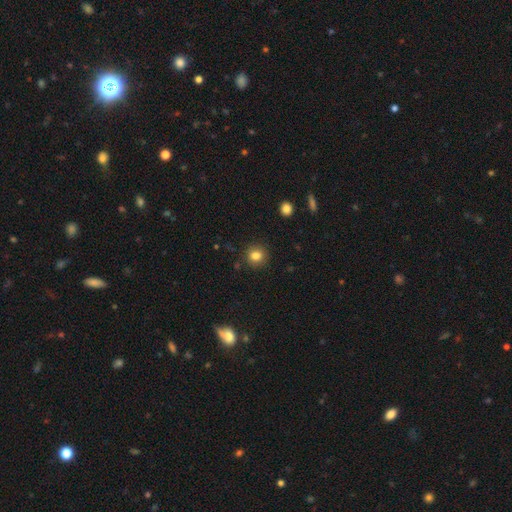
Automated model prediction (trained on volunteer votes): A smooth galaxy with no disk features (82%) that is round (86%).

Vote fractions:
- Smooth or featured? smooth: 82% / star or artifact: 12% / featured or disk: 6%
- How rounded? round: 86% / in between: 13% / cigar-shaped: 1%
- Merging? none: 89% / minor disturbance: 7% / major disturbance: 2% / merger: 2%